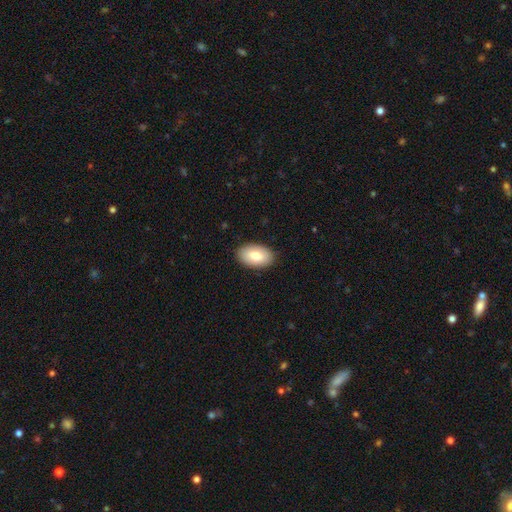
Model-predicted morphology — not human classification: type=smooth (78%); roundness=in between (94%); merging=none (89%).